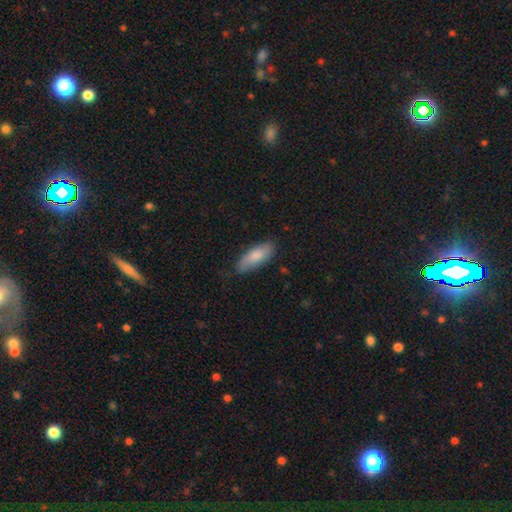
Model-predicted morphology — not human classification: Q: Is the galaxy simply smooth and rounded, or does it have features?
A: smooth — 80%.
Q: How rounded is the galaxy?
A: in between — 73%.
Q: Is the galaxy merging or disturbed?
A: none — 74%.